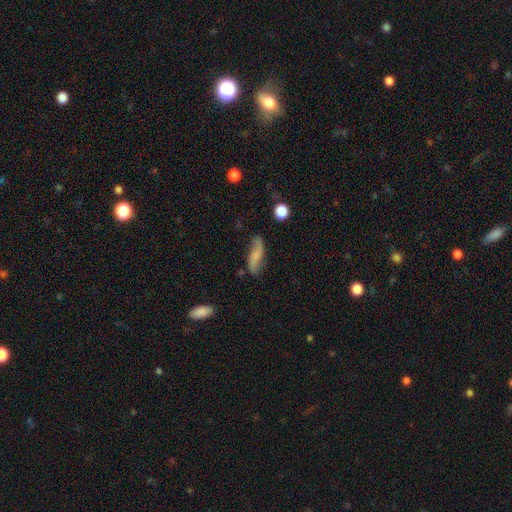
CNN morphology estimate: smooth-or-featured: smooth: 48% | featured or disk: 44% | star or artifact: 9%
  merging: none: 67% | minor disturbance: 23% | major disturbance: 7% | merger: 3%